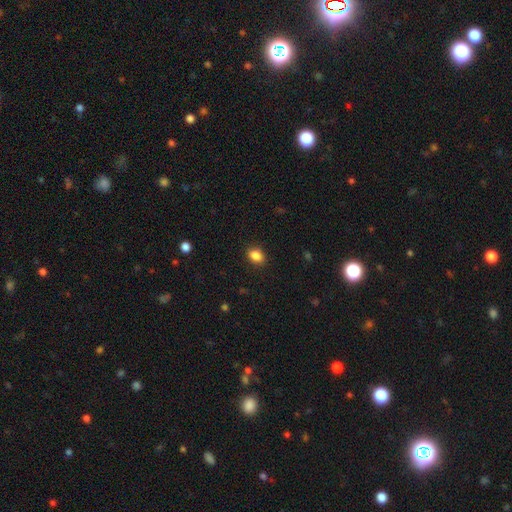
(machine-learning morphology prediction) Smooth or featured? smooth (86%)
How rounded? in between (71%)
Merging? none (88%)